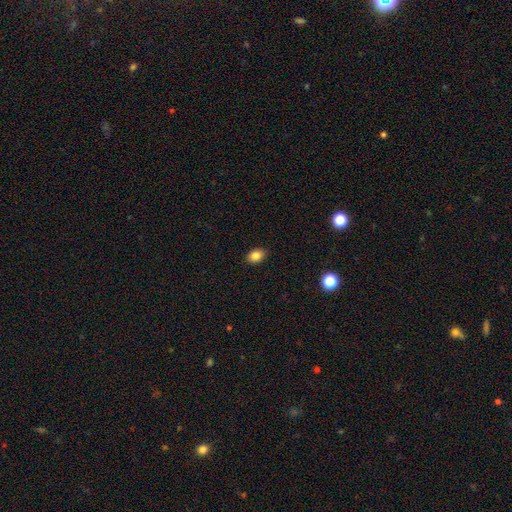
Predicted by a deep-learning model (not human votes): Morphology: type=smooth (85%); roundness=in between (74%); merging=none (89%).